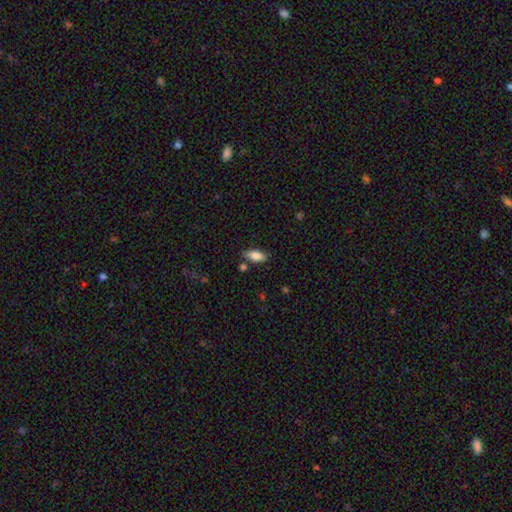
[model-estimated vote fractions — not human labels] A smooth galaxy with no disk features (85%) that is in between round and cigar-shaped (85%).

Vote fractions:
- Smooth or featured? smooth: 85% / featured or disk: 7% / star or artifact: 7%
- How rounded? in between: 85% / cigar-shaped: 13% / round: 2%
- Merging? none: 76% / minor disturbance: 15% / merger: 5% / major disturbance: 3%